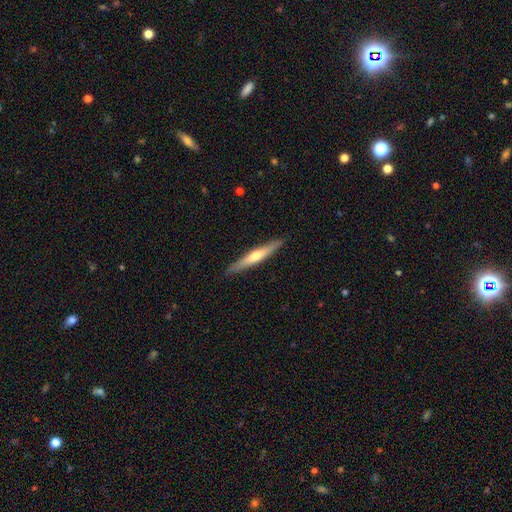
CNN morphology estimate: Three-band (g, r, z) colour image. It shows a featured or disk galaxy (51%) viewed edge-on (95%). Merging: none (90%).